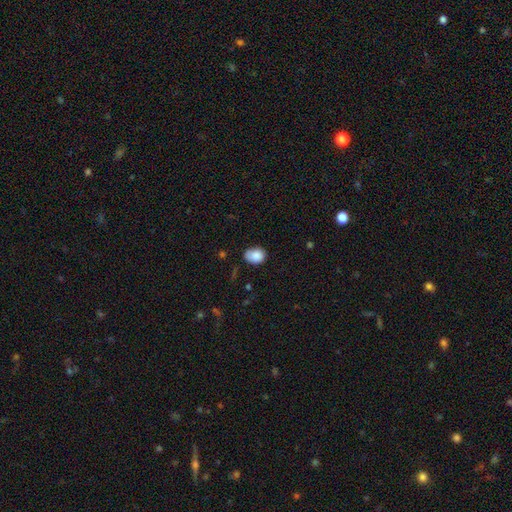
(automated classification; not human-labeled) Smooth or featured? smooth (85%)
How rounded? in between (61%)
Merging? none (58%)